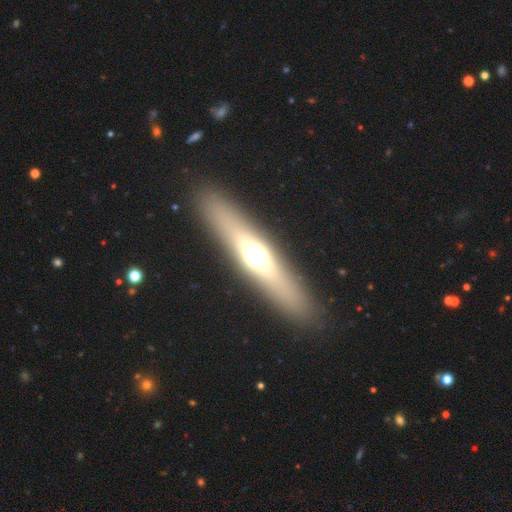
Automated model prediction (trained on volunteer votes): Smooth or featured? featured or disk (55%)
Edge-on disk? yes (85%)
Merging? none (89%)